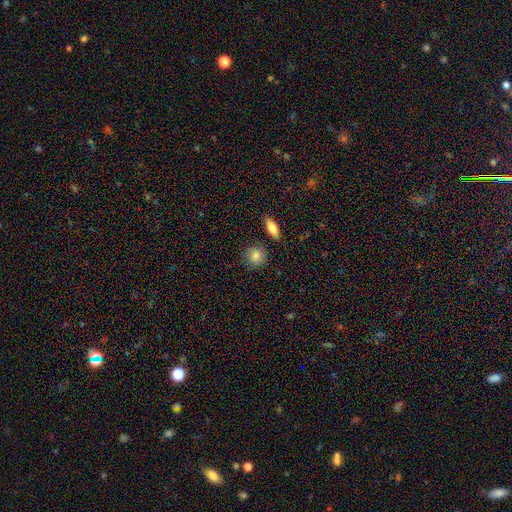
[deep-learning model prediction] Morphology: type=smooth (83%); roundness=round (84%); merging=none (84%).